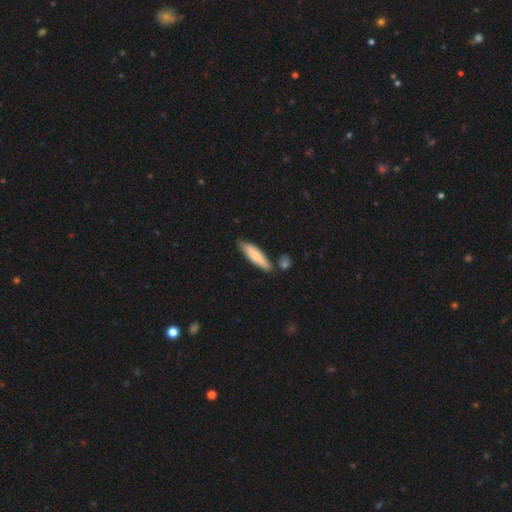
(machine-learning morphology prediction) This appears to be a smooth galaxy with no disk features (77%) that is cigar-shaped (67%). Merging: none (71%).